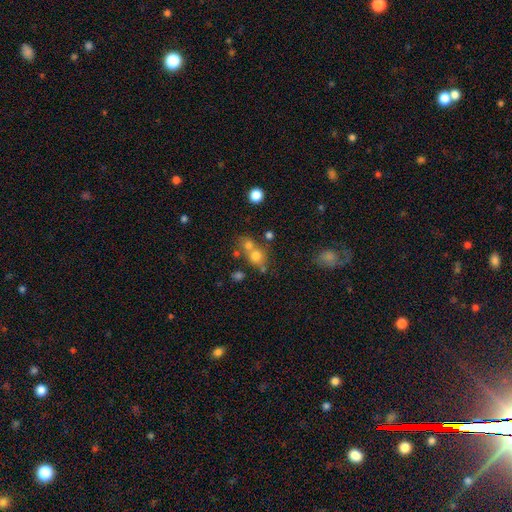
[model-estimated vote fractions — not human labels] Smooth or featured? smooth (69%)
How rounded? round (78%)
Merging? merger (44%)